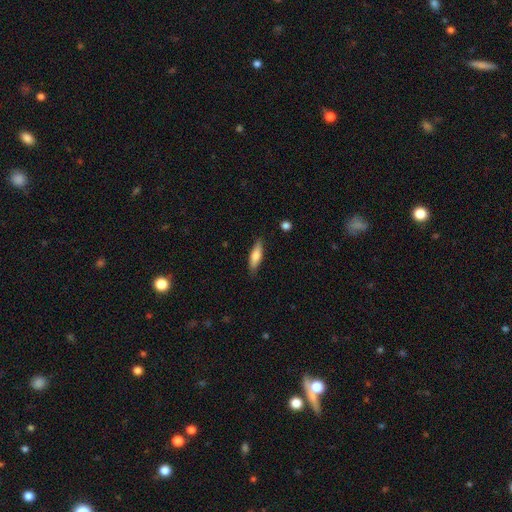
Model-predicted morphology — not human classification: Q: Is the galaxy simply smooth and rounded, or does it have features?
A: smooth — 74%.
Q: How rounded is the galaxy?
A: cigar-shaped — 56%.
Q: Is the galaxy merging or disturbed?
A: none — 84%.